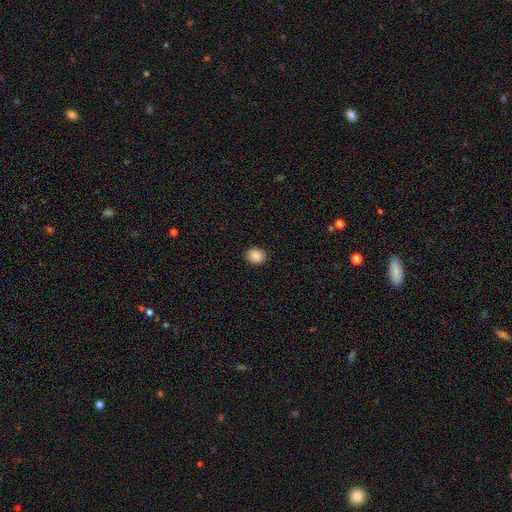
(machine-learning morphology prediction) smooth_or_featured: smooth (p=0.89) [alt: star or artifact p=0.09]
how_rounded: round (p=0.66) [alt: in between p=0.33]
merging: none (p=0.91) [alt: minor disturbance p=0.06]